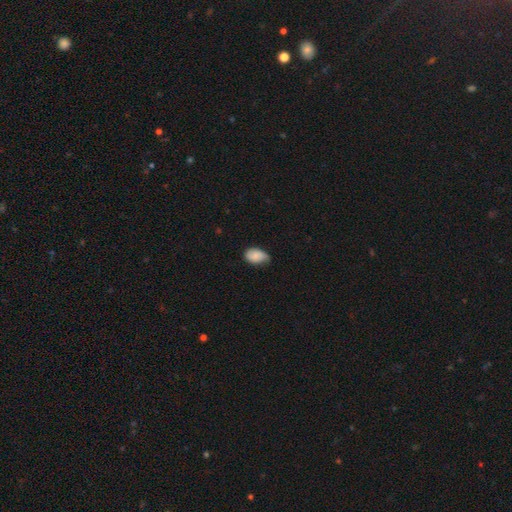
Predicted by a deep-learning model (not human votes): Smooth or featured?
  - smooth: 81% *
  - featured or disk: 12%
  - star or artifact: 7%
How rounded?
  - in between: 89% *
  - round: 10%
  - cigar-shaped: 1%
Merging?
  - none: 50% *
  - minor disturbance: 42%
  - major disturbance: 7%
  - merger: 1%